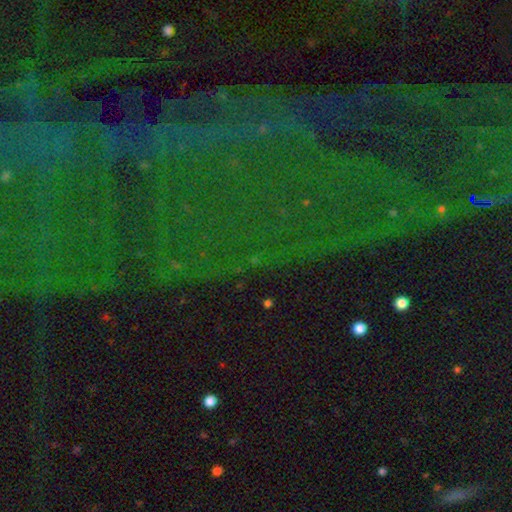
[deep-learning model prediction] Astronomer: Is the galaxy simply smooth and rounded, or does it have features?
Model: star or artifact — 82%.